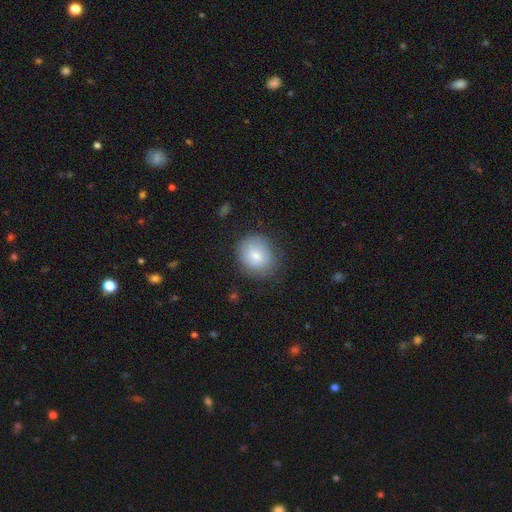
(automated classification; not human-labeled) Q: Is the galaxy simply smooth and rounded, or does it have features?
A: smooth — 76%.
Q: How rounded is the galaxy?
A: round — 77%.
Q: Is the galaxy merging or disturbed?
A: none — 78%.